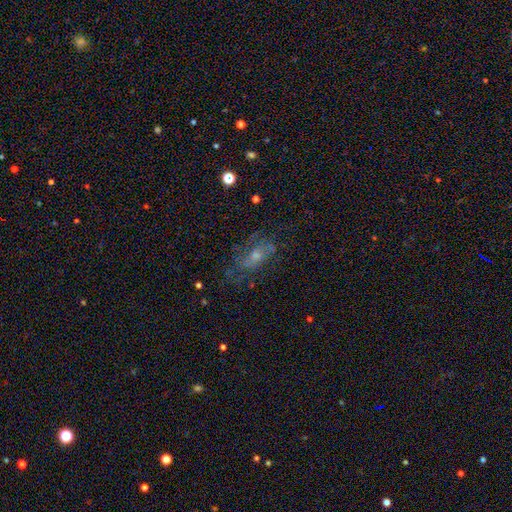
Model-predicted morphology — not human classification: featured or disk 52%, smooth 28%, star or artifact 20%. Down the decision tree: edge-on disk — no (88%); merging — none (63%).